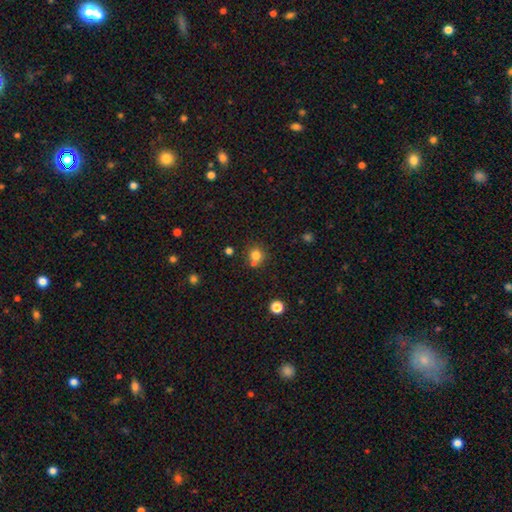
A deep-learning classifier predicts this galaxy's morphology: The model was most divided on "merging": none: 62%, merger: 25%, minor disturbance: 10%, major disturbance: 4%. More confident: how rounded — round (88%); smooth or featured — smooth (79%).